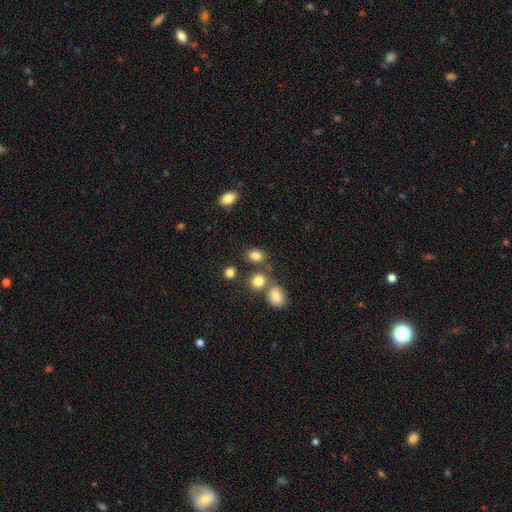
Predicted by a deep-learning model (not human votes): A smooth galaxy with no disk features (82%) that is in between round and cigar-shaped (65%).

Vote fractions:
- Smooth or featured? smooth: 82% / star or artifact: 12% / featured or disk: 6%
- How rounded? in between: 65% / round: 33% / cigar-shaped: 1%
- Merging? none: 69% / merger: 14% / minor disturbance: 12% / major disturbance: 4%